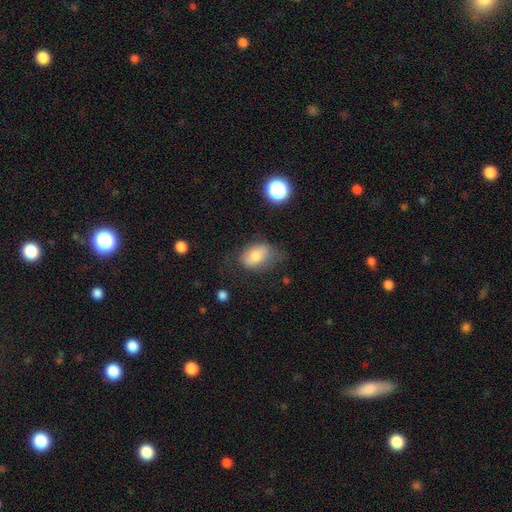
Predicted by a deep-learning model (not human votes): Smooth or featured?
  - smooth: 73% *
  - featured or disk: 17%
  - star or artifact: 9%
How rounded?
  - in between: 83% *
  - round: 15%
  - cigar-shaped: 1%
Merging?
  - none: 50% *
  - minor disturbance: 31%
  - major disturbance: 16%
  - merger: 2%